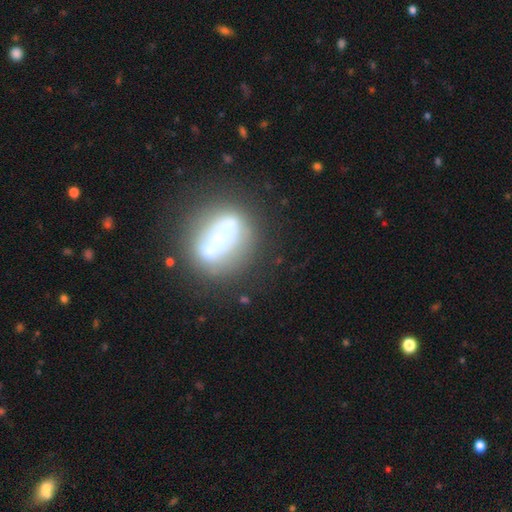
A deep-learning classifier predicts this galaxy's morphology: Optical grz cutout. It shows a smooth galaxy with no disk features (43%). Merging: none (54%).